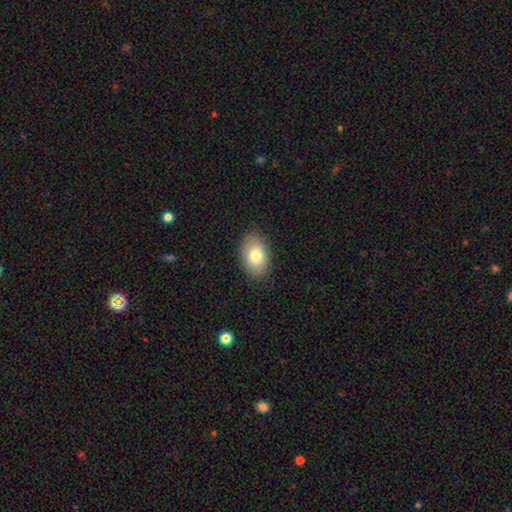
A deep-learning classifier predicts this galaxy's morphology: Overall: smooth (78%). How rounded: in between (89%). Merging: none (86%).